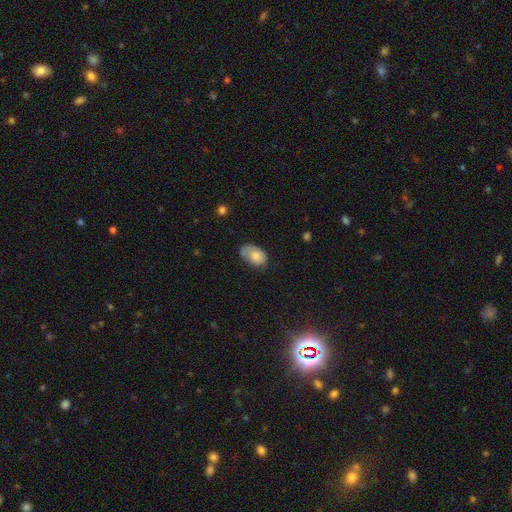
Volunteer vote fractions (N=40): This is clearly a smooth galaxy (88%). How rounded: clearly in between (86%). Merging: possibly none (46%).